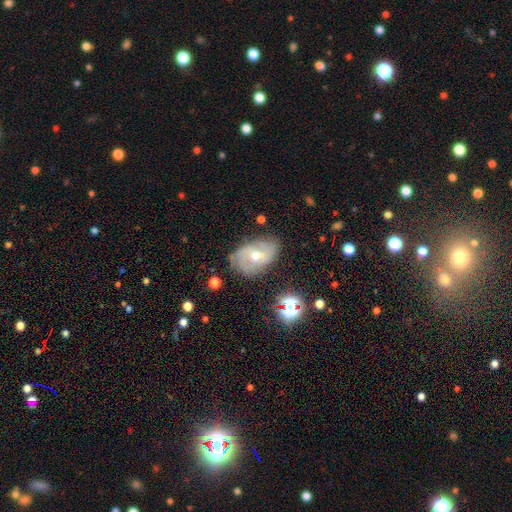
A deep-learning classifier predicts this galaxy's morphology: Overall: featured or disk (62%; smooth 27%). Edge-on disk: no (95%). Bar: no (53%; weak 39%). Spiral arms: yes (76%). Bulge size: moderate (66%; small 29%). Merging: none (65%).